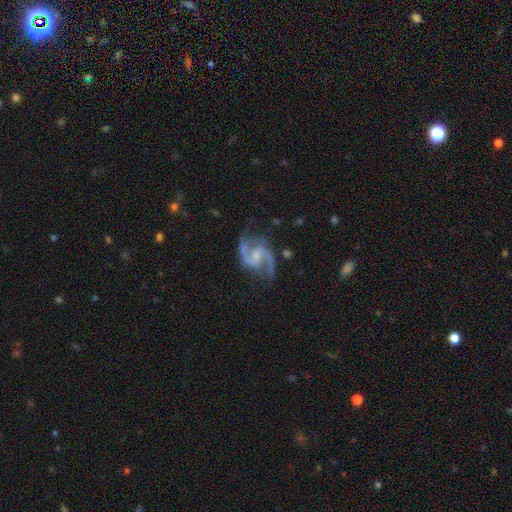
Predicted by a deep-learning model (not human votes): The model was most divided on "spiral winding": medium: 55%, loose: 36%, tight: 10%. More confident: edge-on disk — no (98%); spiral arms — yes (98%); smooth or featured — featured or disk (92%); spiral arm count — 2 (92%); merging — none (72%); bulge size — small (54%); bar — weak (52%).